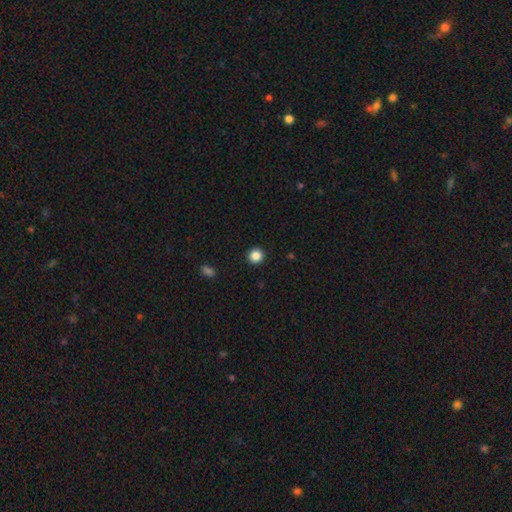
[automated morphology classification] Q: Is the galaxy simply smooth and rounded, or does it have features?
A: smooth — 86%.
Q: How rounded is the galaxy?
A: round — 94%.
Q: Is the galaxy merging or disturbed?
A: none — 93%.